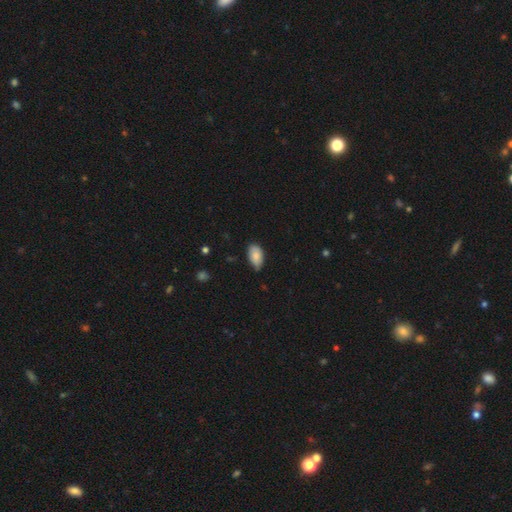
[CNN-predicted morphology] Smooth or featured? Predicted: smooth (p=0.83). How rounded? Predicted: in between (p=0.94). Merging? Predicted: none (p=0.65).